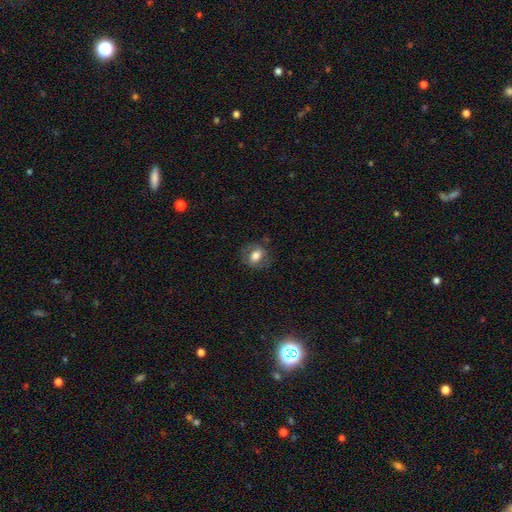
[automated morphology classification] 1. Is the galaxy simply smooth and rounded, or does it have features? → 64% smooth, 27% featured or disk, 8% star or artifact.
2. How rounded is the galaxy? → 53% in between, 46% round, 2% cigar-shaped.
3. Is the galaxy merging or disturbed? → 75% none, 16% minor disturbance, 7% major disturbance, 2% merger.